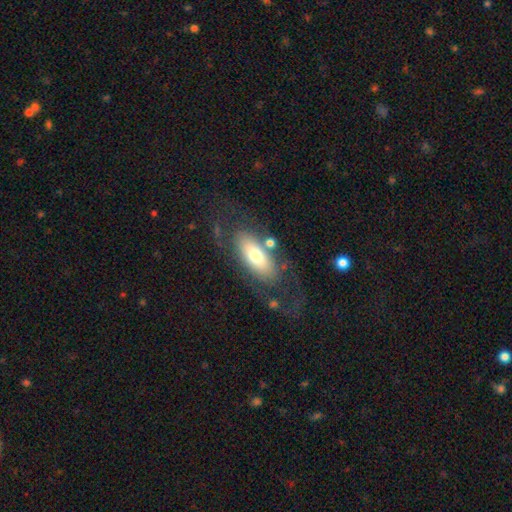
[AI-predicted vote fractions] Smooth or featured?
  - smooth: 57% *
  - featured or disk: 36%
  - star or artifact: 7%
How rounded?
  - in between: 85% *
  - cigar-shaped: 12%
  - round: 4%
Merging?
  - none: 61% *
  - minor disturbance: 17%
  - major disturbance: 14%
  - merger: 8%